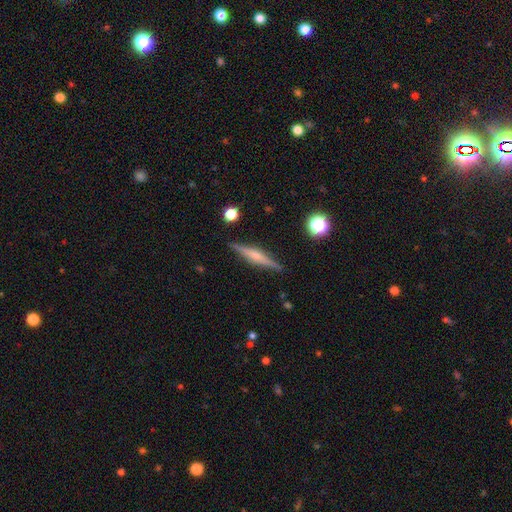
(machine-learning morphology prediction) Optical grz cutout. It shows a featured or disk galaxy (67%) viewed edge-on (97%) with a rounded central bulge (67%). Merging: none (90%).